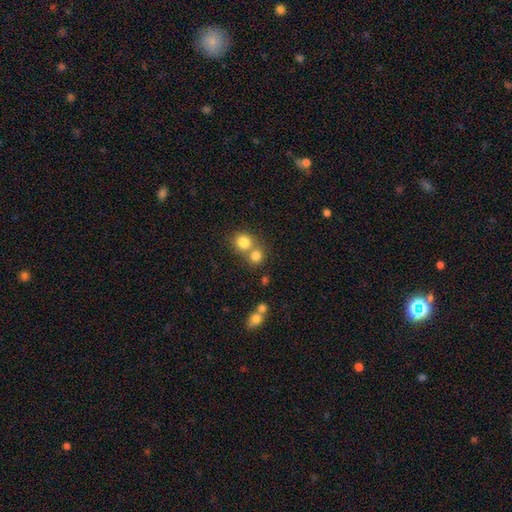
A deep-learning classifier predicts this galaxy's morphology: Smooth or featured? smooth (79%)
How rounded? round (84%)
Merging? none (47%)